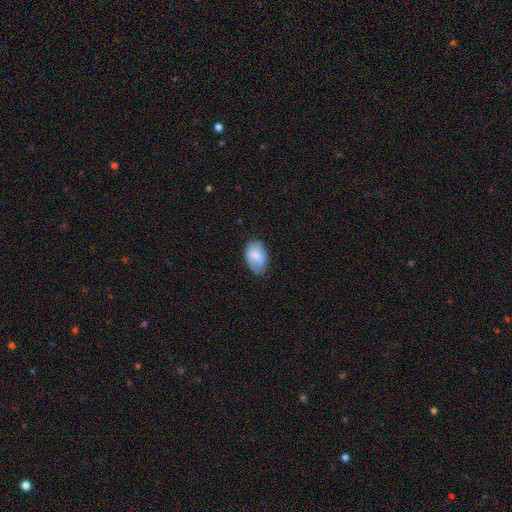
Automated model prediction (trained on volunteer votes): This is likely a smooth galaxy (77%). How rounded: clearly in between (89%). Merging: likely none (68%).